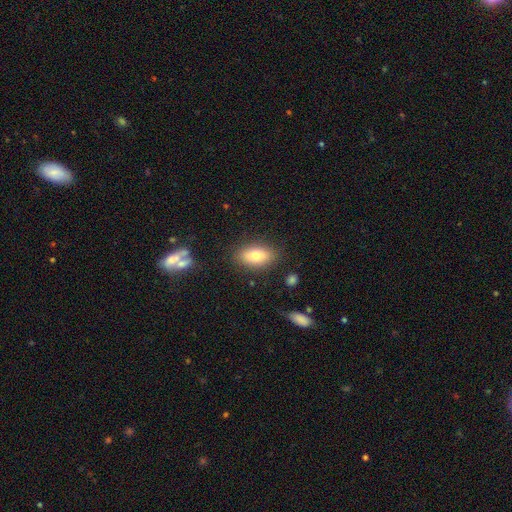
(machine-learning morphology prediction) type=smooth (74%); roundness=in between (87%); merging=none (84%).